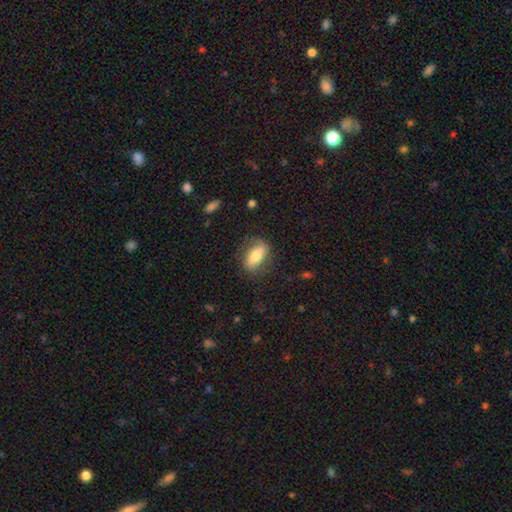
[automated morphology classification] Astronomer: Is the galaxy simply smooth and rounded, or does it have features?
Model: smooth — 64%.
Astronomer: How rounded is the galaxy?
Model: in between — 76%.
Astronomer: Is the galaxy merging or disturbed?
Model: none — 78%.